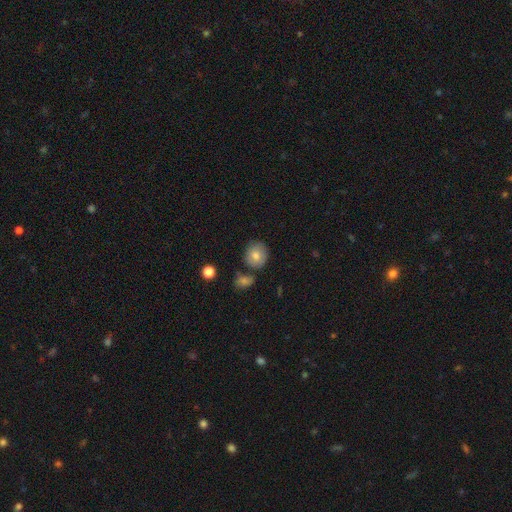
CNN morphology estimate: Smooth or featured? smooth (75%)
How rounded? round (84%)
Merging? none (73%)